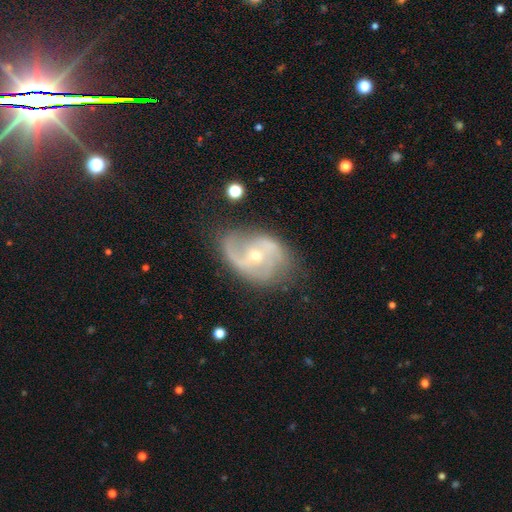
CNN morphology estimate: Smooth or featured: featured or disk — 85% (smooth — 8%)
Edge-on disk: no — 97% (yes — 3%)
Bar: no — 52% (weak — 35%)
Spiral arms: yes — 94% (no — 6%)
Spiral winding: medium — 44% (loose — 41%)
Spiral arm count: 2 — 82% (can't tell — 7%)
Bulge size: small — 62% (moderate — 35%)
Merging: none — 67% (minor disturbance — 20%)